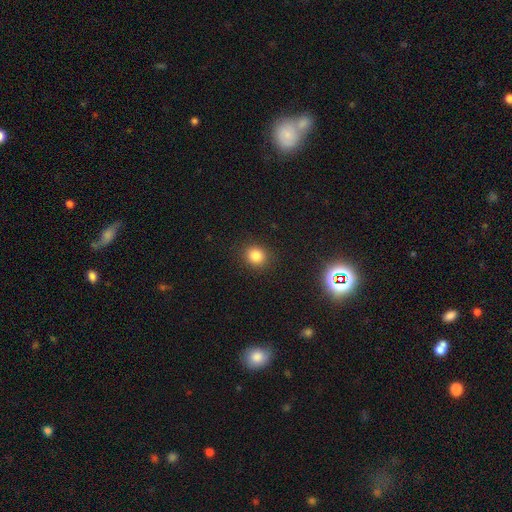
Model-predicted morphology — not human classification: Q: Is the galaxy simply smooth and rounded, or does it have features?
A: smooth — 82%.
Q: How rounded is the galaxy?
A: round — 81%.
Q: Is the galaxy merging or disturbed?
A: none — 89%.